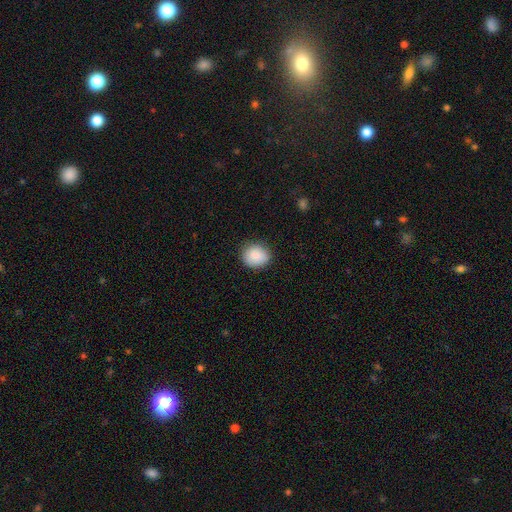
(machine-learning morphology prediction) Smooth or featured? Predicted: smooth (p=0.88). How rounded? Predicted: round (p=0.76). Merging? Predicted: none (p=0.86).